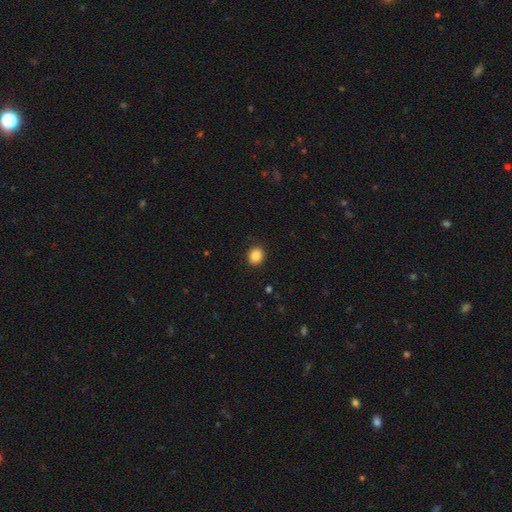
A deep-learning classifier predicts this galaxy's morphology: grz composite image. It shows a smooth galaxy with no disk features (87%) that is round (68%). Merging: none (91%).